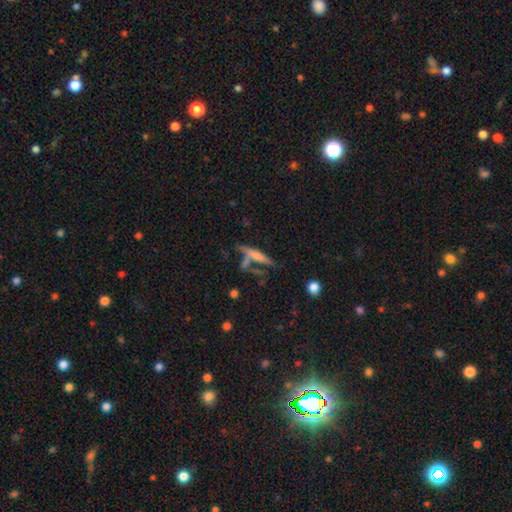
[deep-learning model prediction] Smooth or featured: smooth — 50% (featured or disk — 39%)
Merging: none — 47% (merger — 29%)